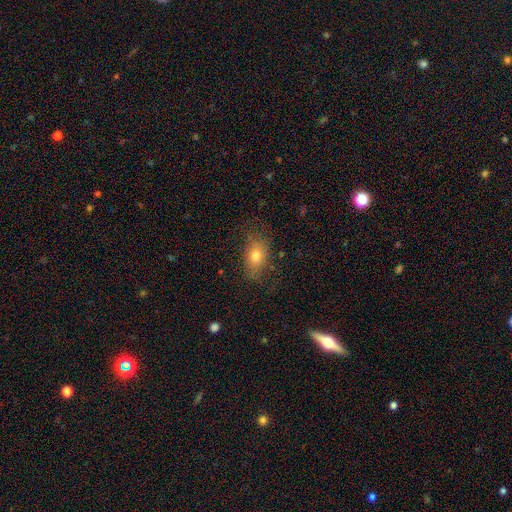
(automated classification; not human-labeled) smooth-or-featured: smooth: 75% | featured or disk: 15% | star or artifact: 10%
  how-rounded: in between: 82% | round: 15% | cigar-shaped: 3%
  merging: none: 73% | minor disturbance: 18% | major disturbance: 7% | merger: 1%